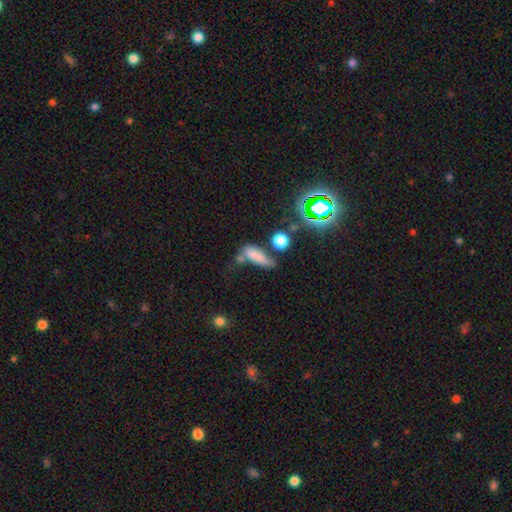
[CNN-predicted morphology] This is likely a smooth galaxy (71%). How rounded: possibly in between (50%). Merging: marginally none (39%).